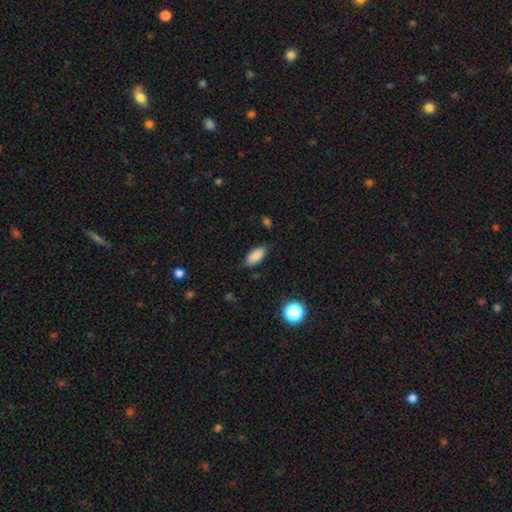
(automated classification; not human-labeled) Overall: smooth (87%). How rounded: in between (88%). Merging: none (82%).